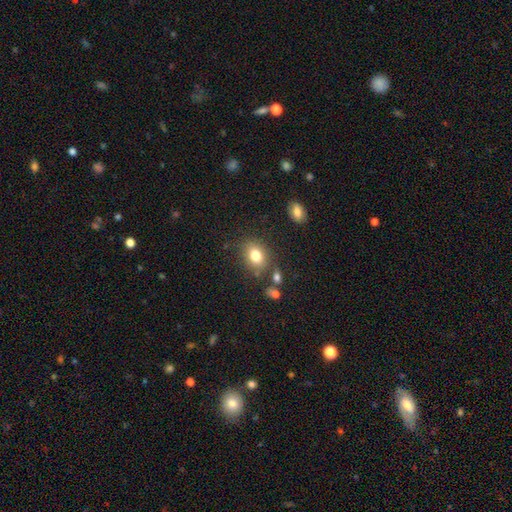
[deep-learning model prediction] The model was most divided on "how rounded": in between: 55%, round: 44%, cigar-shaped: 1%. More confident: smooth or featured — smooth (79%); merging — none (75%).